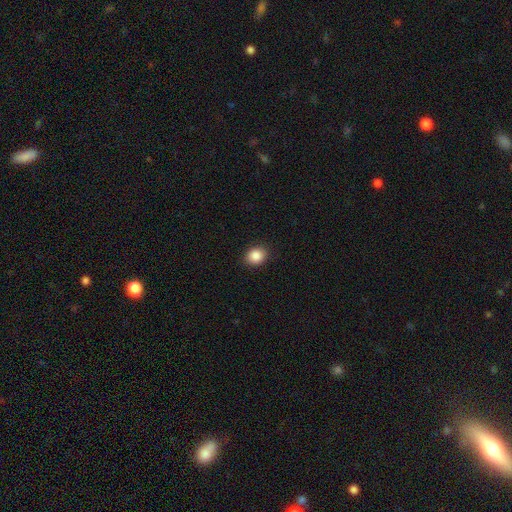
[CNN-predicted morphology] A smooth galaxy with no disk features (88%) that is round (57%).

Vote fractions:
- Smooth or featured? smooth: 88% / star or artifact: 9% / featured or disk: 3%
- How rounded? round: 57% / in between: 42% / cigar-shaped: 1%
- Merging? none: 89% / minor disturbance: 8% / major disturbance: 2% / merger: 1%